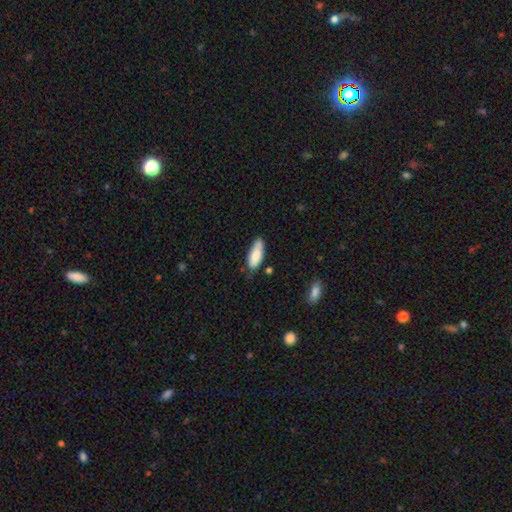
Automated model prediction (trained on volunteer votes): The model was most divided on "merging": none: 67%, minor disturbance: 25%, major disturbance: 4%, merger: 4%. More confident: smooth or featured — smooth (82%); how rounded — in between (73%).